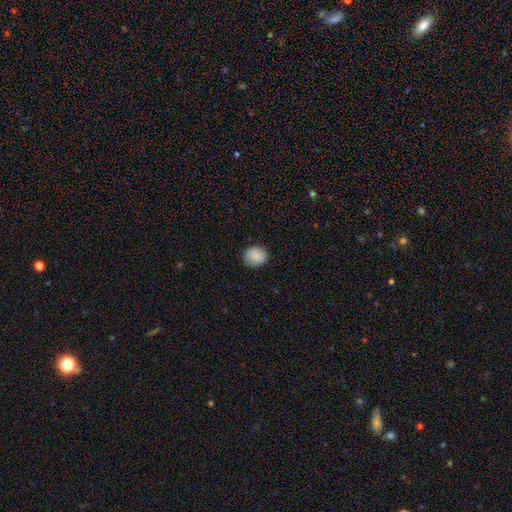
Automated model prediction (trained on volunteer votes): Smooth or featured?
  - smooth: 87% *
  - star or artifact: 8%
  - featured or disk: 5%
How rounded?
  - round: 77% *
  - in between: 23%
  - cigar-shaped: 1%
Merging?
  - none: 86% *
  - minor disturbance: 11%
  - major disturbance: 2%
  - merger: 1%